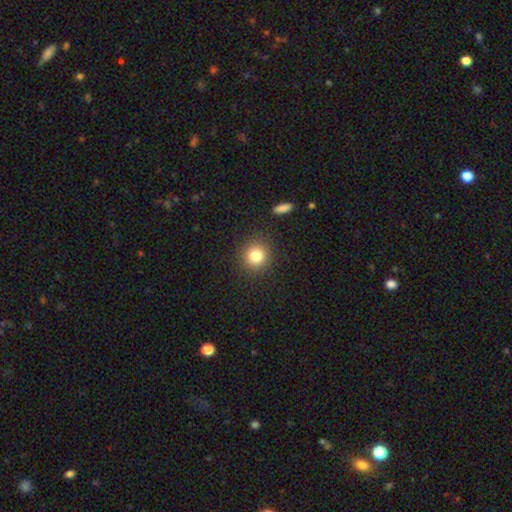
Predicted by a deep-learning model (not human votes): Smooth or featured? smooth (80%)
How rounded? round (91%)
Merging? none (90%)